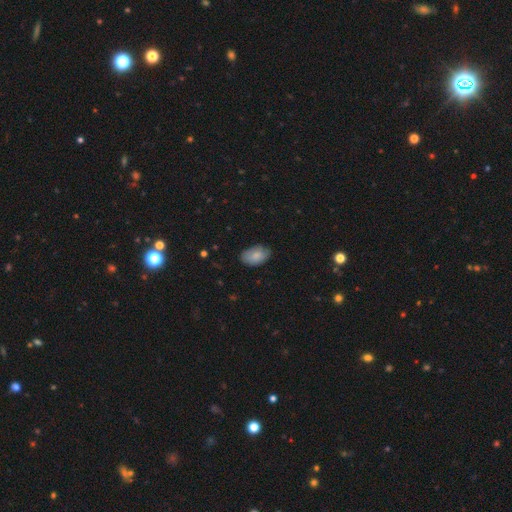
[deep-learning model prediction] Smooth or featured? Predicted: smooth (p=0.84). How rounded? Predicted: in between (p=0.92). Merging? Predicted: none (p=0.77).